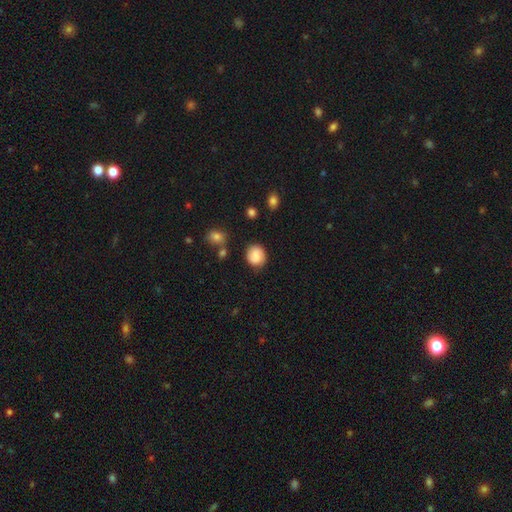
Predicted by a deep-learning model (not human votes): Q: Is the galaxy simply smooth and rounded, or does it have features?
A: smooth — 78%.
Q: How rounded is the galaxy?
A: round — 76%.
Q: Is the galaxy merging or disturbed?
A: none — 78%.